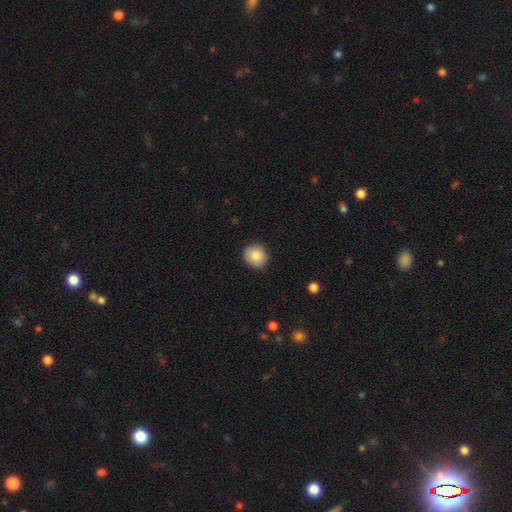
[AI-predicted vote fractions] This is clearly a smooth galaxy (85%). How rounded: clearly round (85%). Merging: clearly none (87%).